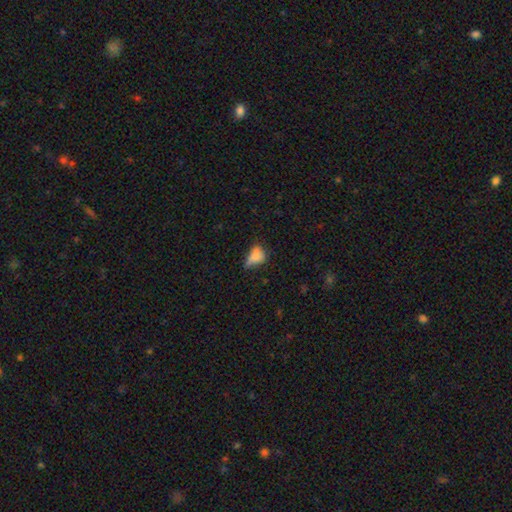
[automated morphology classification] This appears to be a smooth galaxy with no disk features (72%) that is in between round and cigar-shaped (81%). Merging: minor disturbance (37%).